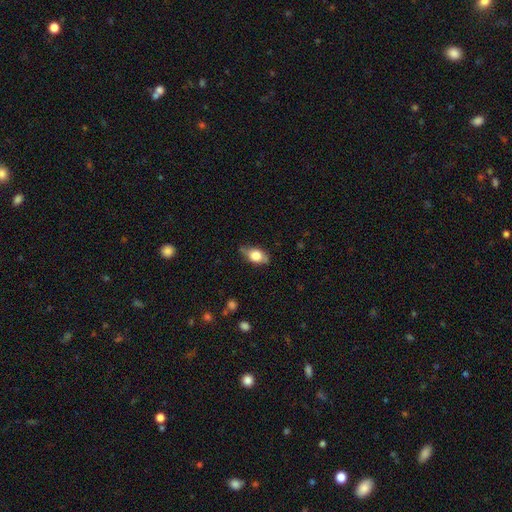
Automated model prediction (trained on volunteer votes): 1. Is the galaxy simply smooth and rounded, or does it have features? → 65% smooth, 27% featured or disk, 8% star or artifact.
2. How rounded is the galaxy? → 81% in between, 12% round, 6% cigar-shaped.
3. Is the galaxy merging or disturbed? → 73% none, 21% minor disturbance, 4% major disturbance, 2% merger.